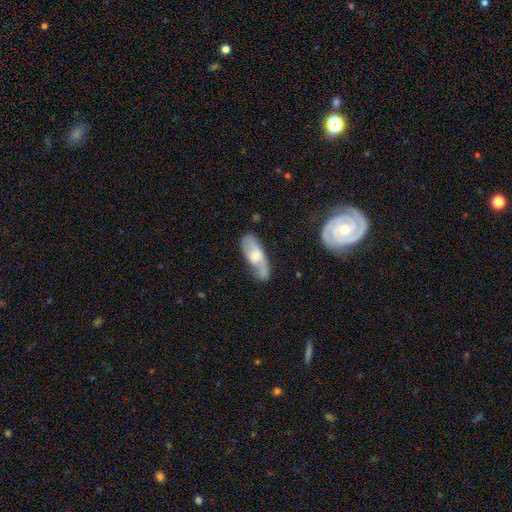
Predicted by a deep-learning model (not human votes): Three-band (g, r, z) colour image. It shows a smooth galaxy with no disk features (54%) that is in between round and cigar-shaped (68%). Merging: none (53%).